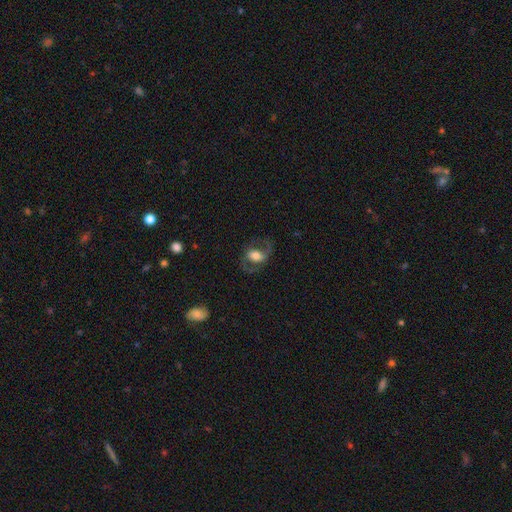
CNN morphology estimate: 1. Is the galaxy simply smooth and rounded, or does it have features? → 62% featured or disk, 30% smooth, 8% star or artifact.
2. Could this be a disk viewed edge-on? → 95% no, 5% yes.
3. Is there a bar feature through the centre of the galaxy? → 41% no, 36% weak, 22% strong.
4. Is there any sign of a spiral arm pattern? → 79% yes, 21% no.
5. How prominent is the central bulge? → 45% moderate, 35% large, 12% small, 5% dominant, 3% none.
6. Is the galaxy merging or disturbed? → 68% none, 15% major disturbance, 15% minor disturbance, 1% merger.